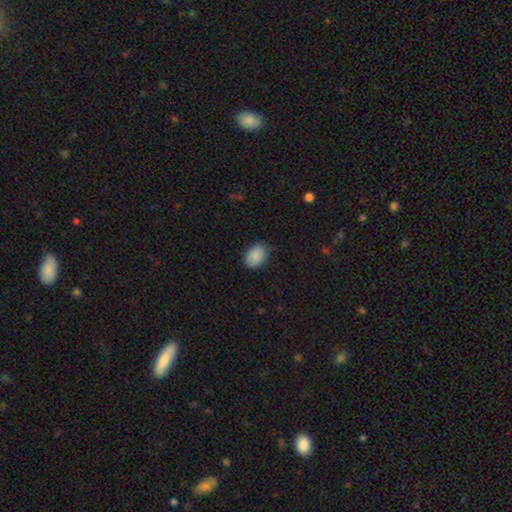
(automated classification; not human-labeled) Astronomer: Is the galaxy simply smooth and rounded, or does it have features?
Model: smooth — 89%.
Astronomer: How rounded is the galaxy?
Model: in between — 79%.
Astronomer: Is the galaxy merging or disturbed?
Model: none — 83%.